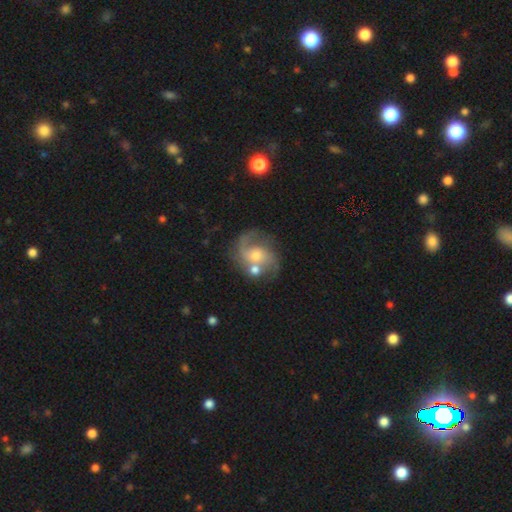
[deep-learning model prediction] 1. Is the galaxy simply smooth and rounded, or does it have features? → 80% featured or disk, 12% smooth, 7% star or artifact.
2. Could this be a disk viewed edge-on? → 98% no, 2% yes.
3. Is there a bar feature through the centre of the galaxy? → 59% no, 34% weak, 6% strong.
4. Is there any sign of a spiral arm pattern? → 94% yes, 6% no.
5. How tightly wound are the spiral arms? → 50% medium, 33% loose, 17% tight.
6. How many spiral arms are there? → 75% 2, 8% 1, 8% can't tell, 6% 3, 2% 4, 2% more than 4.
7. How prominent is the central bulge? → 55% moderate, 36% small, 5% large, 3% none, 1% dominant.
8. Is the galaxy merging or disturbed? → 56% none, 18% merger, 16% minor disturbance, 10% major disturbance.